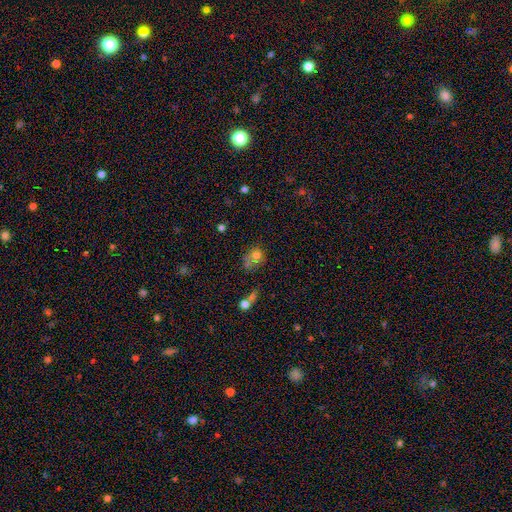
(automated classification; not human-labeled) smooth 68%, featured or disk 17%, star or artifact 15%. Down the decision tree: how rounded — round (63%); merging — merger (36%).